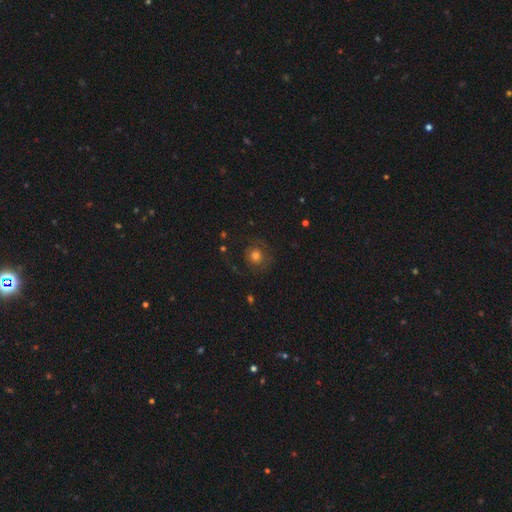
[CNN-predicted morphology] type=smooth (62%); roundness=round (87%); merging=none (70%).